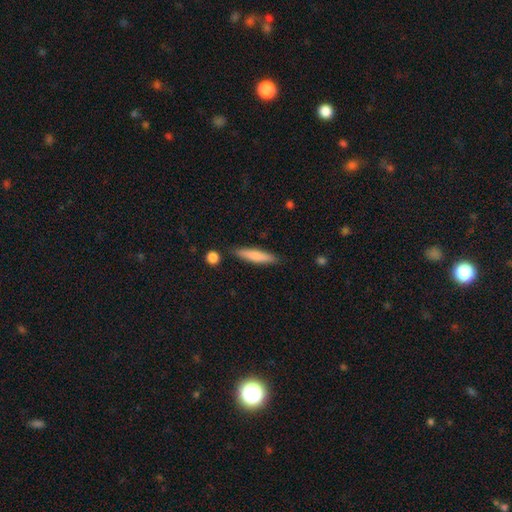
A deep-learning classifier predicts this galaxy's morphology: Smooth or featured? smooth (74%)
How rounded? cigar-shaped (84%)
Merging? none (85%)